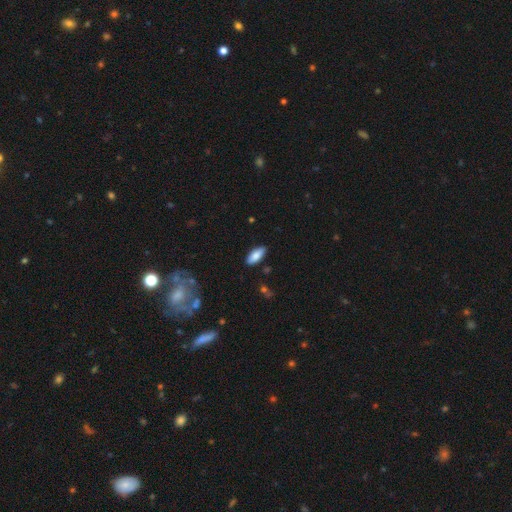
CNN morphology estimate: Smooth or featured?
  - smooth: 83% *
  - featured or disk: 11%
  - star or artifact: 6%
How rounded?
  - in between: 81% *
  - cigar-shaped: 17%
  - round: 2%
Merging?
  - none: 87% *
  - minor disturbance: 10%
  - major disturbance: 2%
  - merger: 1%